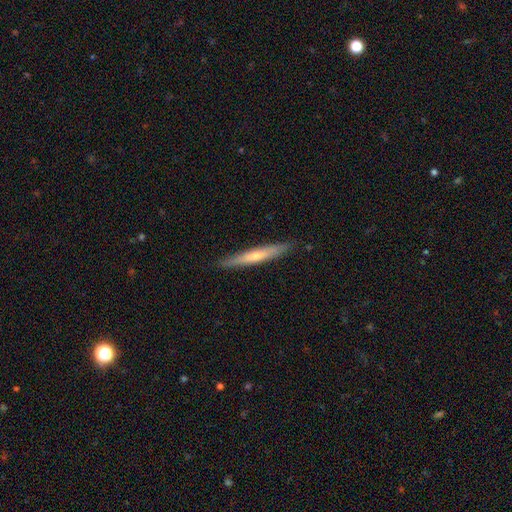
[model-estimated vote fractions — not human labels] Morphology: type=smooth (49%); merging=none (89%).